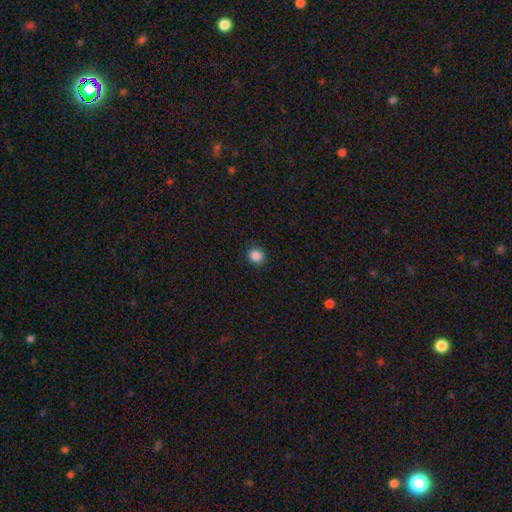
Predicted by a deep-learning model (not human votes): Smooth or featured?
  - smooth: 87% *
  - star or artifact: 10%
  - featured or disk: 3%
How rounded?
  - round: 85% *
  - in between: 14%
  - cigar-shaped: 1%
Merging?
  - none: 90% *
  - minor disturbance: 7%
  - major disturbance: 2%
  - merger: 1%